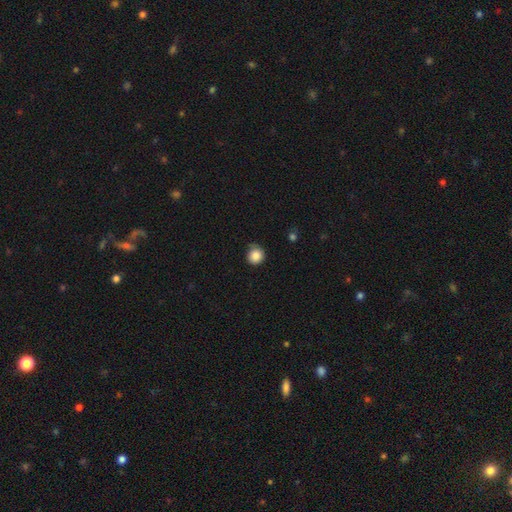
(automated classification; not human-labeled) Smooth or featured? smooth (85%)
How rounded? round (91%)
Merging? none (69%)